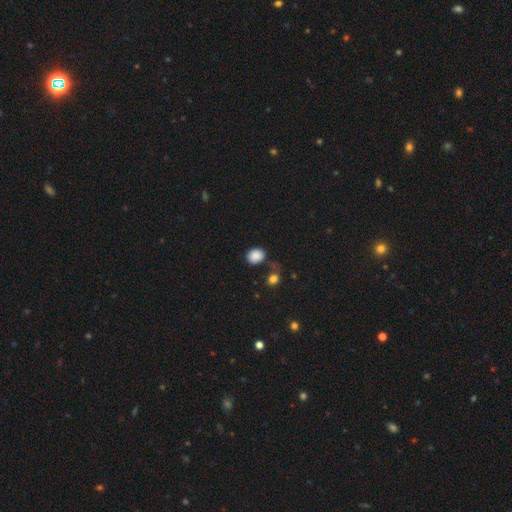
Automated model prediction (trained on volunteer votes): Smooth or featured?
  - smooth: 87% *
  - star or artifact: 9%
  - featured or disk: 4%
How rounded?
  - in between: 51% *
  - round: 48%
  - cigar-shaped: 1%
Merging?
  - none: 66% *
  - minor disturbance: 18%
  - merger: 9%
  - major disturbance: 6%